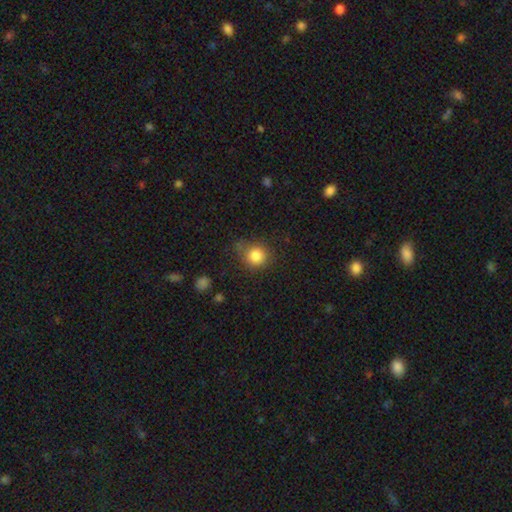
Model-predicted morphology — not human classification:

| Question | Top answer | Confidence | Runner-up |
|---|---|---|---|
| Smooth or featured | smooth | 83% | star or artifact (11%) |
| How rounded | round | 85% | in between (14%) |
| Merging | none | 70% | minor disturbance (21%) |